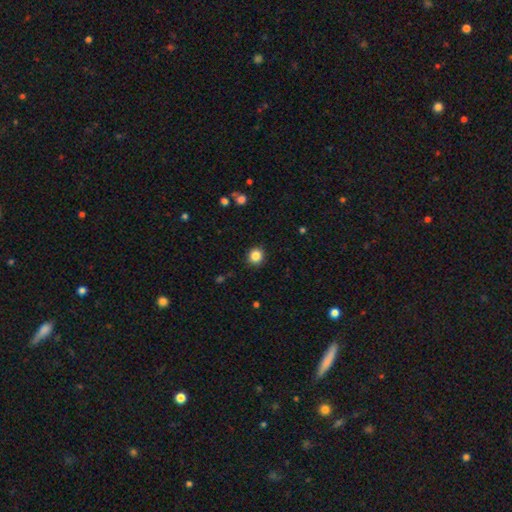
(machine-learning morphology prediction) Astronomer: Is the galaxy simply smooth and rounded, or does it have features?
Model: smooth — 86%.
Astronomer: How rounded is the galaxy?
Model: round — 90%.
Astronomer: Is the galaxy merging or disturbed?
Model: none — 91%.